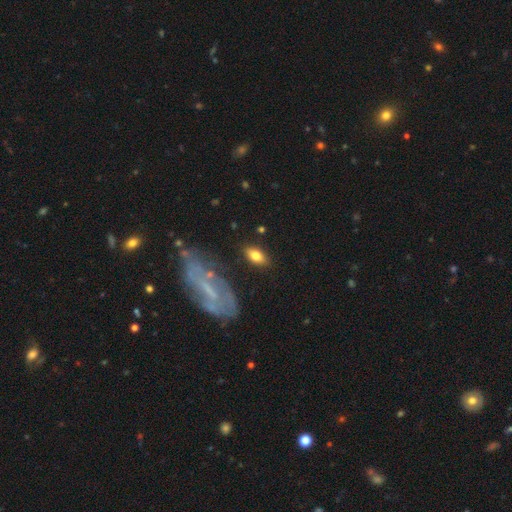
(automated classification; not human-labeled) The model was most divided on "smooth or featured": smooth: 76%, featured or disk: 17%, star or artifact: 7%. More confident: how rounded — in between (87%); merging — none (82%).